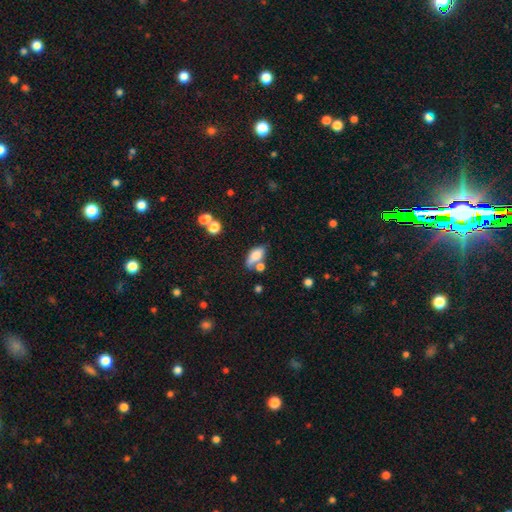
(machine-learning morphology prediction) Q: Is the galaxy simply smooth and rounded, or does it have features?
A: smooth — 77%.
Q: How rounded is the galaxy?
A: in between — 87%.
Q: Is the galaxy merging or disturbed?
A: none — 43%.